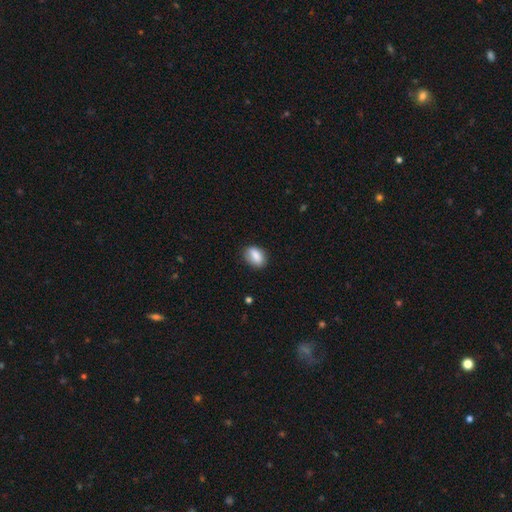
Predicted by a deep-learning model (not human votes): smooth-or-featured: smooth: 85% | featured or disk: 8% | star or artifact: 7%
  how-rounded: in between: 84% | round: 13% | cigar-shaped: 3%
  merging: none: 81% | minor disturbance: 15% | major disturbance: 3% | merger: 1%